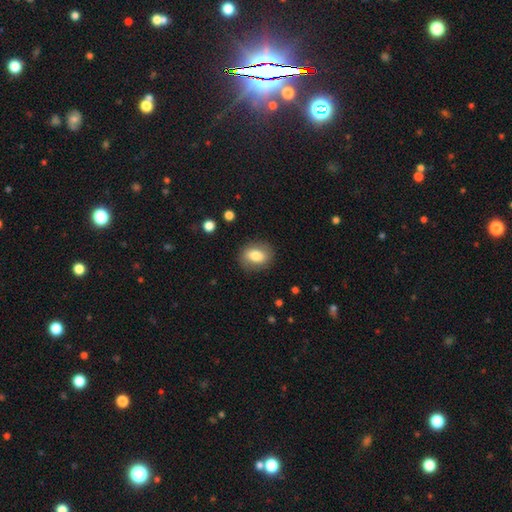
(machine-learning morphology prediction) smooth-or-featured: smooth: 78% | featured or disk: 14% | star or artifact: 8%
  how-rounded: in between: 59% | round: 40% | cigar-shaped: 2%
  merging: none: 84% | minor disturbance: 11% | major disturbance: 4% | merger: 1%